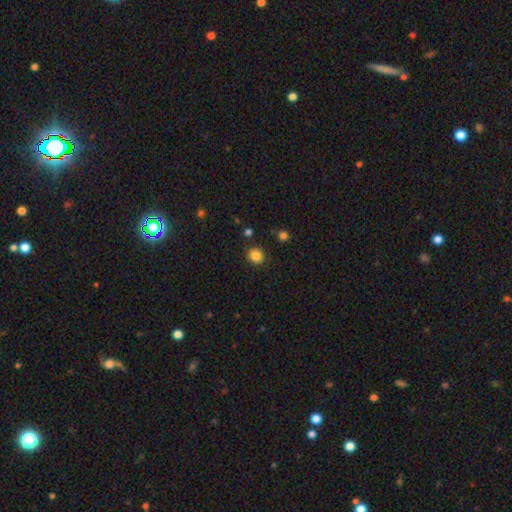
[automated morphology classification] The model was most divided on "smooth or featured": smooth: 85%, star or artifact: 11%, featured or disk: 4%. More confident: how rounded — round (88%); merging — none (88%).